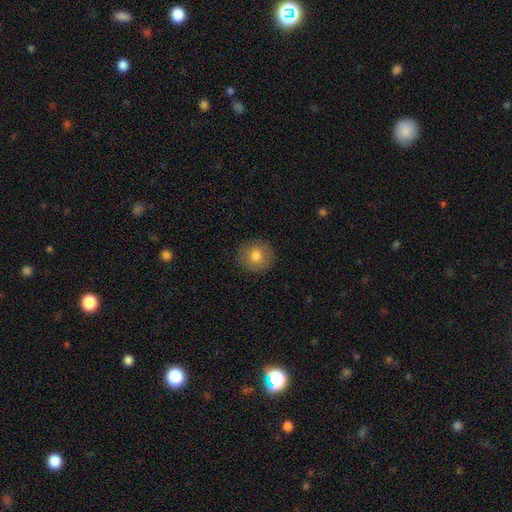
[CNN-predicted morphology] Q: Smooth or featured?
A: smooth (79%); runner-up: featured or disk (12%)
Q: How rounded?
A: round (90%); runner-up: in between (9%)
Q: Merging?
A: none (90%); runner-up: minor disturbance (7%)